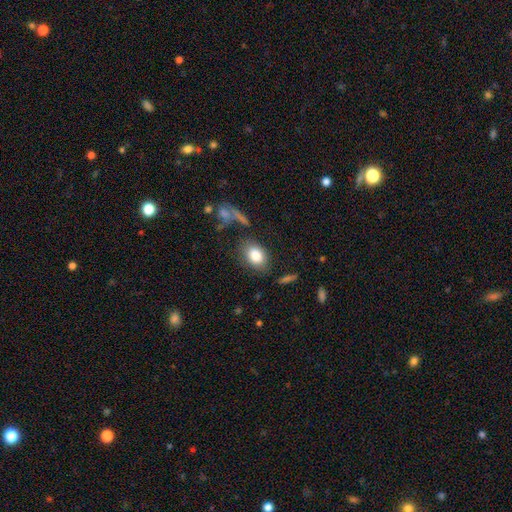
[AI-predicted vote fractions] Smooth or featured: smooth — 82% (featured or disk — 9%)
How rounded: in between — 77% (round — 21%)
Merging: none — 76% (minor disturbance — 14%)